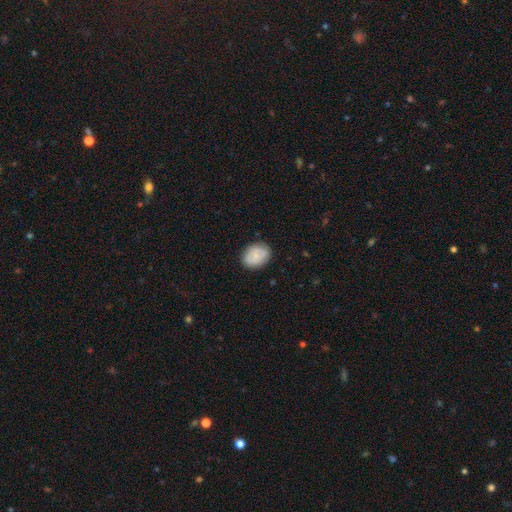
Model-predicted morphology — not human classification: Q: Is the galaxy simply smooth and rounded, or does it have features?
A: smooth — 66%.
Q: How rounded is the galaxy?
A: in between — 60%.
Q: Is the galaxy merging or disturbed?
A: none — 83%.